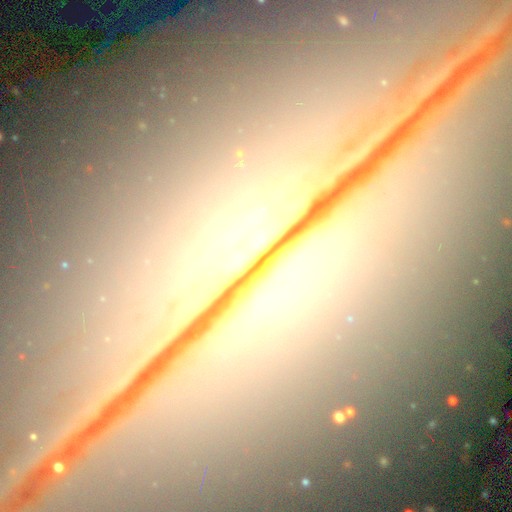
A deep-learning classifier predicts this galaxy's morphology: Smooth or featured? Predicted: featured or disk (p=0.59). Edge-on disk? Predicted: yes (p=0.82). Merging? Predicted: none (p=0.86).